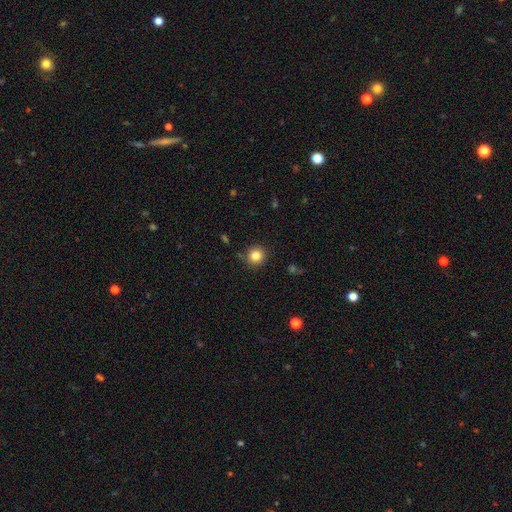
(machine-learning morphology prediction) type=smooth (84%); roundness=round (94%); merging=none (89%).